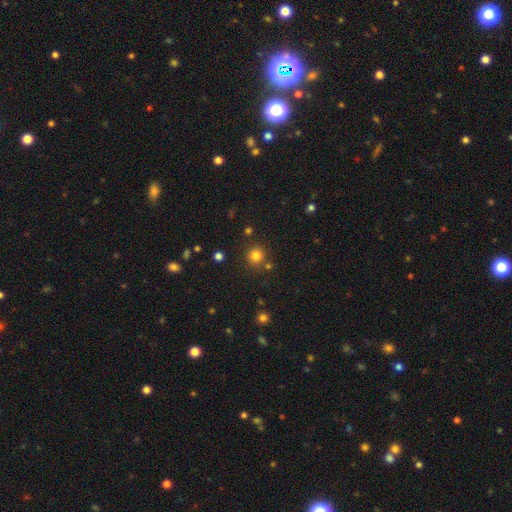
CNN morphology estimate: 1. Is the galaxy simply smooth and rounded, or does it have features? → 80% smooth, 15% star or artifact, 5% featured or disk.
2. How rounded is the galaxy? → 93% round, 6% in between, 1% cigar-shaped.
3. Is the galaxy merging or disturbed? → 83% none, 7% minor disturbance, 7% merger, 3% major disturbance.